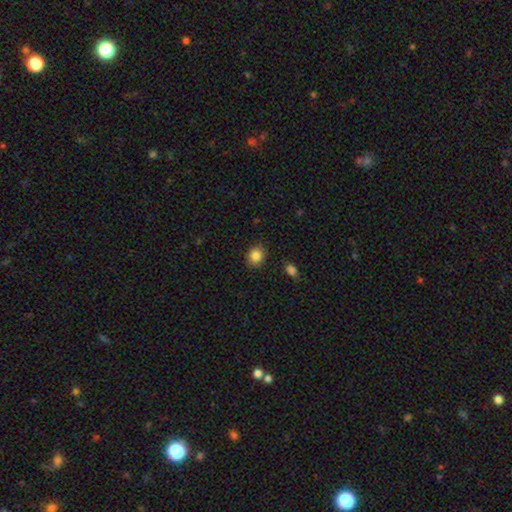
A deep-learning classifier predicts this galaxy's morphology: Q: Smooth or featured?
A: smooth (86%); runner-up: star or artifact (9%)
Q: How rounded?
A: round (69%); runner-up: in between (31%)
Q: Merging?
A: none (88%); runner-up: minor disturbance (8%)